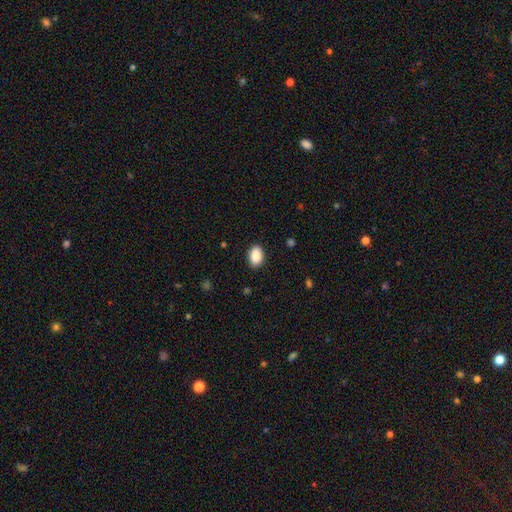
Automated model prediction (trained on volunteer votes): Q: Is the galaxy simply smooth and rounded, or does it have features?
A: smooth — 89%.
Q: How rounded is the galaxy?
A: in between — 85%.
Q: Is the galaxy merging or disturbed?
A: none — 88%.